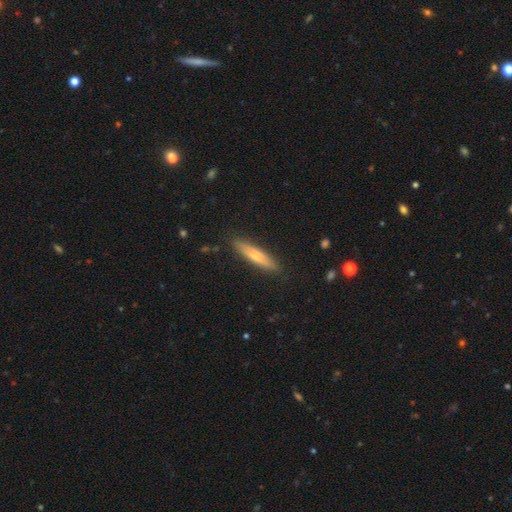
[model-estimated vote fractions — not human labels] A smooth galaxy with no disk features (55%) that is cigar-shaped (83%).

Vote fractions:
- Smooth or featured? smooth: 55% / featured or disk: 39% / star or artifact: 6%
- How rounded? cigar-shaped: 83% / in between: 15% / round: 2%
- Merging? none: 88% / minor disturbance: 9% / major disturbance: 2% / merger: 1%